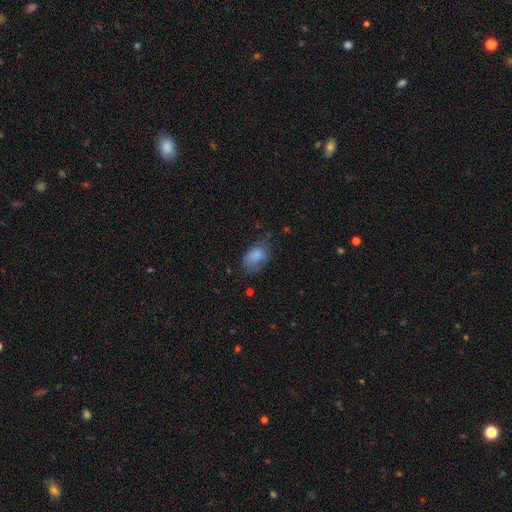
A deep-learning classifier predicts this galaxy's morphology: A smooth galaxy with no disk features (77%) that is in between round and cigar-shaped (83%).

Vote fractions:
- Smooth or featured? smooth: 77% / featured or disk: 13% / star or artifact: 10%
- How rounded? in between: 83% / round: 15% / cigar-shaped: 1%
- Merging? none: 42% / minor disturbance: 34% / major disturbance: 20% / merger: 3%